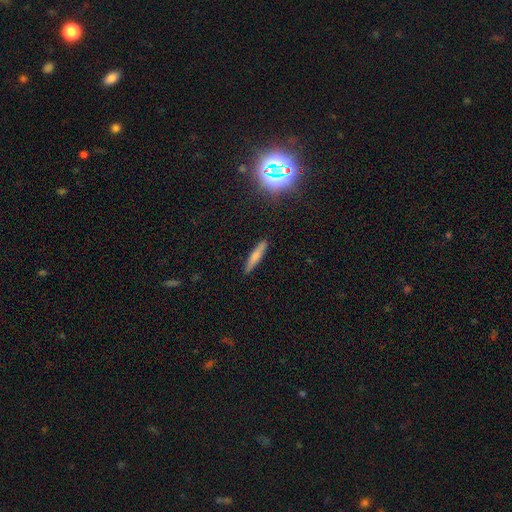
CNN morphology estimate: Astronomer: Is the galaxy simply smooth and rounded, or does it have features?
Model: smooth — 68%.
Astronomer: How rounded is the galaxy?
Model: cigar-shaped — 90%.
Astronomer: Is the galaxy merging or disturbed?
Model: none — 89%.